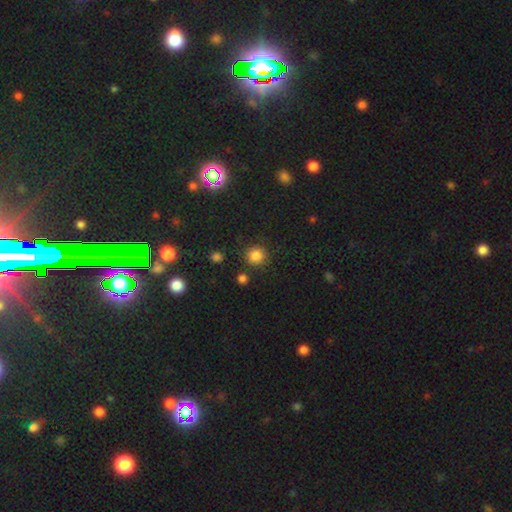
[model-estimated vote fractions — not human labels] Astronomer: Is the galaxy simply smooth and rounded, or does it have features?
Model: smooth — 81%.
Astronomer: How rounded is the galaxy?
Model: round — 92%.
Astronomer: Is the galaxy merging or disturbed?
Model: none — 85%.